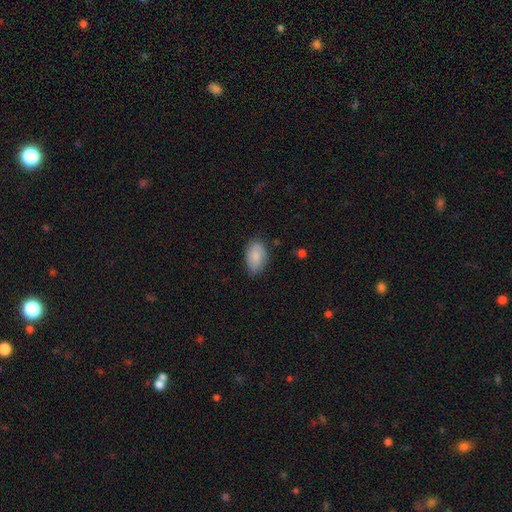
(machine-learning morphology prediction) Smooth or featured: smooth — 74% (featured or disk — 19%)
How rounded: in between — 90% (round — 8%)
Merging: none — 76% (minor disturbance — 19%)